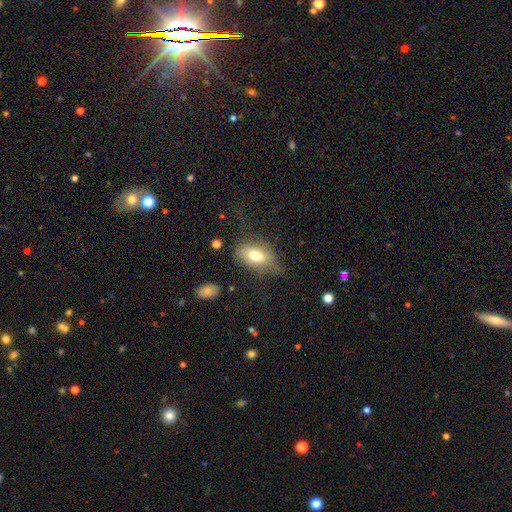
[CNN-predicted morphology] type=smooth (71%); roundness=in between (88%); merging=none (51%).